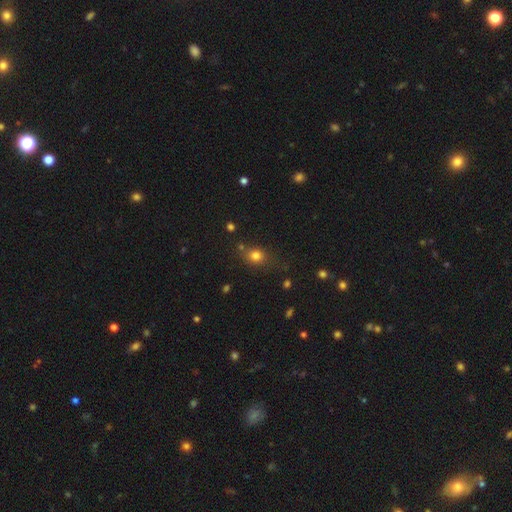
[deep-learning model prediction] Smooth or featured?
  - smooth: 78% *
  - star or artifact: 14%
  - featured or disk: 8%
How rounded?
  - round: 59% *
  - in between: 40%
  - cigar-shaped: 2%
Merging?
  - none: 70% *
  - minor disturbance: 17%
  - merger: 7%
  - major disturbance: 6%